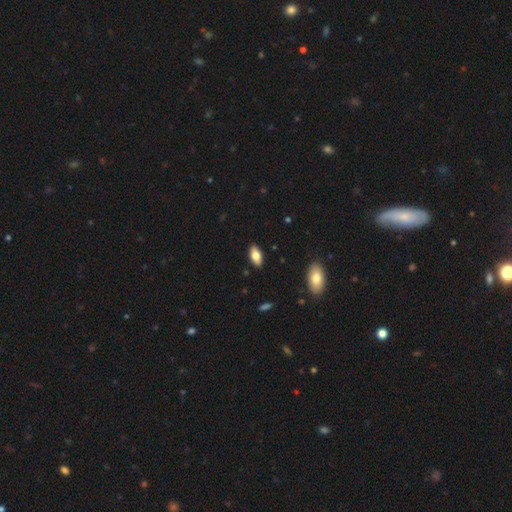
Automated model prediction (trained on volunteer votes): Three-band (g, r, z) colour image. It shows a smooth galaxy with no disk features (75%) that is in between round and cigar-shaped (90%). Merging: none (89%).